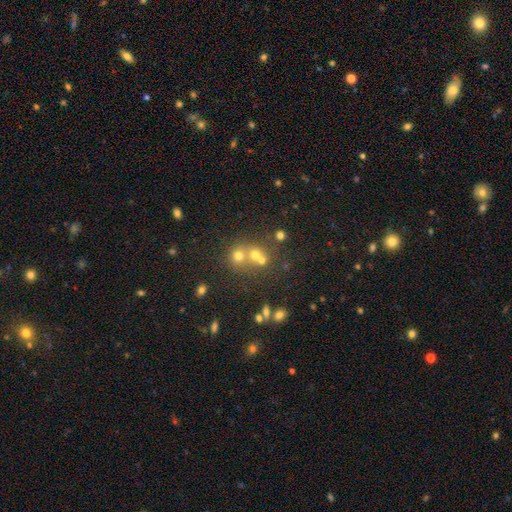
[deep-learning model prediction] This appears to be a smooth galaxy with no disk features (56%) that is round (81%). Merging: merger (46%).